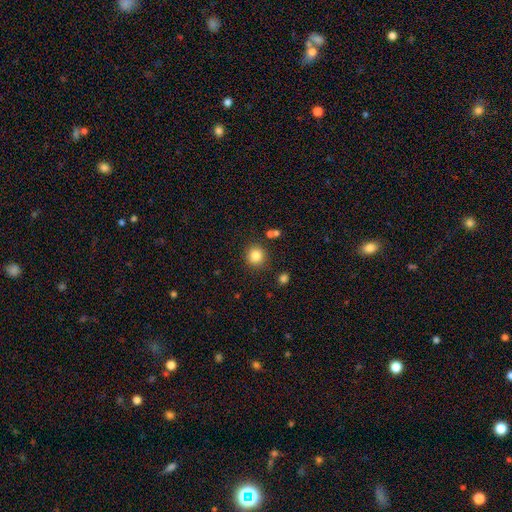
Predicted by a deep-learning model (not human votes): smooth-or-featured: smooth: 84% | star or artifact: 11% | featured or disk: 5%
  how-rounded: round: 92% | in between: 7% | cigar-shaped: 1%
  merging: none: 86% | minor disturbance: 7% | merger: 4% | major disturbance: 3%